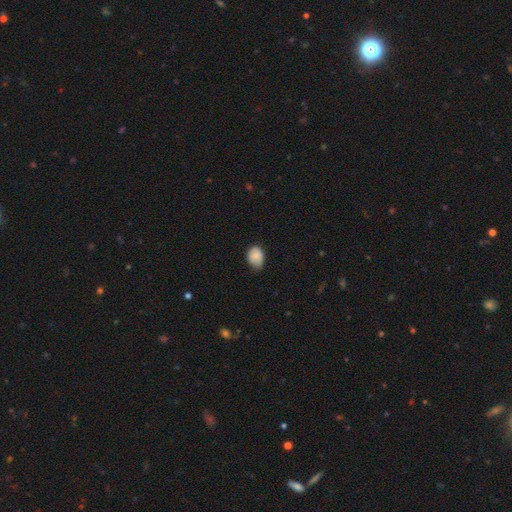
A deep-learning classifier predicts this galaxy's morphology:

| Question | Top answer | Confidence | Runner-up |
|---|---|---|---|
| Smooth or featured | smooth | 84% | featured or disk (8%) |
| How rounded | in between | 71% | round (28%) |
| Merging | none | 54% | minor disturbance (38%) |